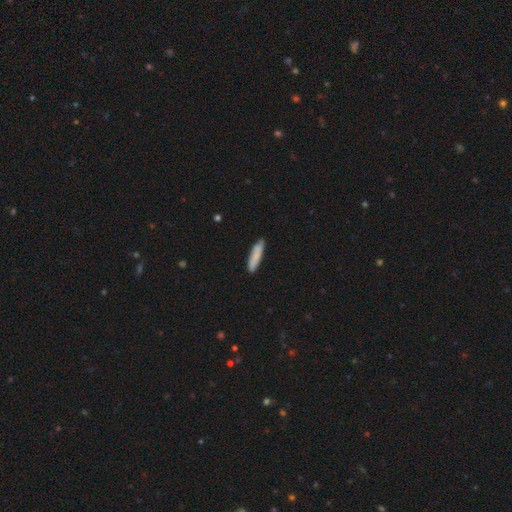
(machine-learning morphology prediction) The model was most divided on "smooth or featured": smooth: 81%, featured or disk: 13%, star or artifact: 6%. More confident: how rounded — cigar-shaped (84%); merging — none (83%).